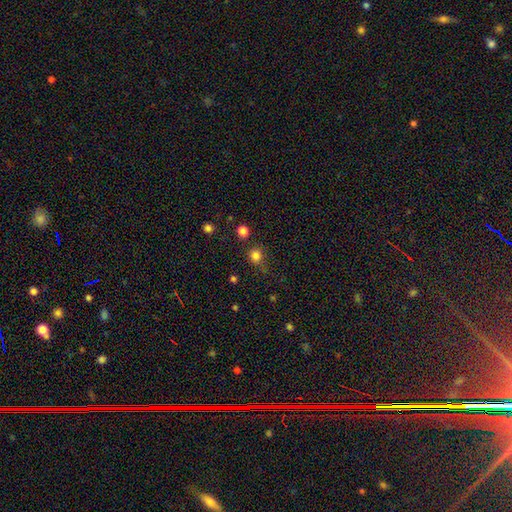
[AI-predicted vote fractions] Q: Smooth or featured?
A: smooth (80%); runner-up: star or artifact (15%)
Q: How rounded?
A: round (85%); runner-up: in between (14%)
Q: Merging?
A: none (72%); runner-up: minor disturbance (16%)